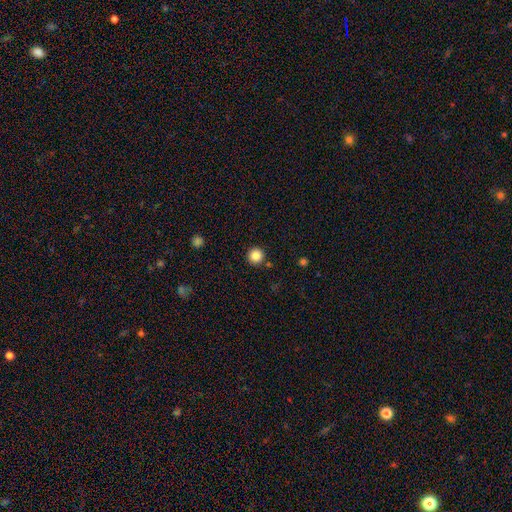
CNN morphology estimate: smooth_or_featured: smooth (p=0.85) [alt: star or artifact p=0.11]
how_rounded: round (p=0.96) [alt: in between p=0.03]
merging: none (p=0.91) [alt: minor disturbance p=0.05]